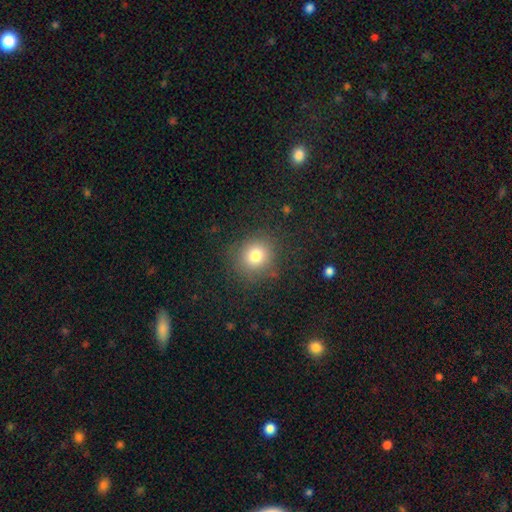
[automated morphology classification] A smooth galaxy with no disk features (78%) that is round (86%). Merging: none (84%).